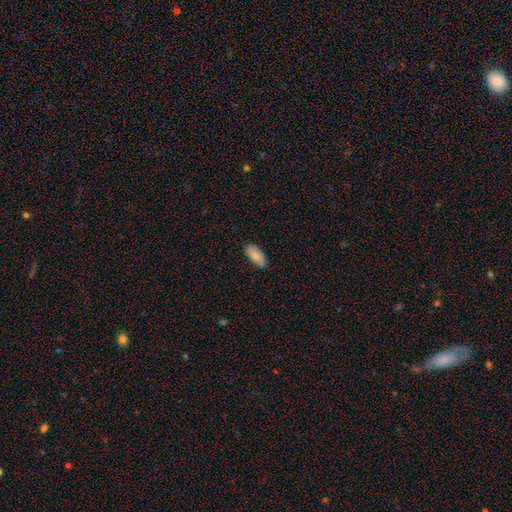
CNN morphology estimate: Smooth or featured: smooth — 87% (featured or disk — 6%)
How rounded: in between — 86% (cigar-shaped — 12%)
Merging: none — 84% (minor disturbance — 13%)